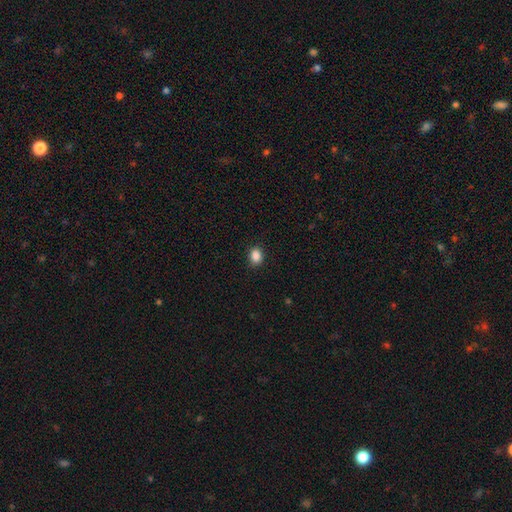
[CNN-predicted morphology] The model was most divided on "how rounded": in between: 62%, round: 37%, cigar-shaped: 1%. More confident: merging — none (89%); smooth or featured — smooth (87%).